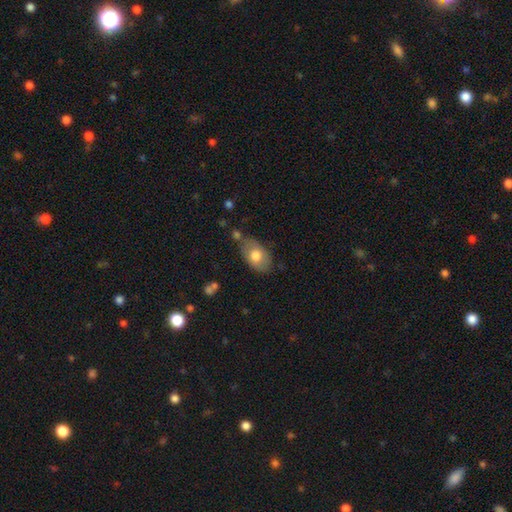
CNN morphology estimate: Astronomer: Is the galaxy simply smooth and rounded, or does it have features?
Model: smooth — 70%.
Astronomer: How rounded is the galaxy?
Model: in between — 89%.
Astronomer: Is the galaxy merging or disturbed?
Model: none — 64%.